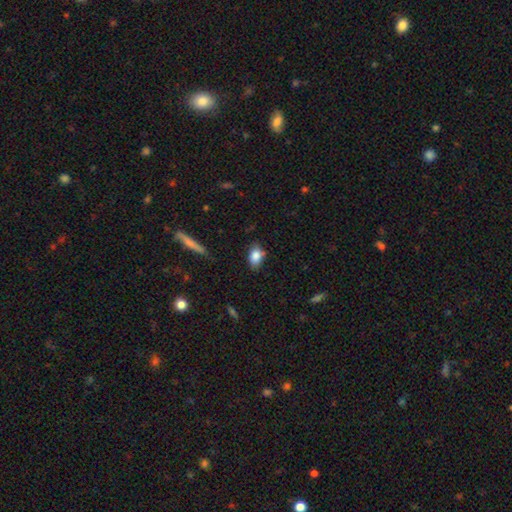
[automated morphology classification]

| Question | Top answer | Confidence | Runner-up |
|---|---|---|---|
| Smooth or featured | smooth | 85% | star or artifact (8%) |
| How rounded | in between | 85% | round (12%) |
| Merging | none | 72% | minor disturbance (21%) |